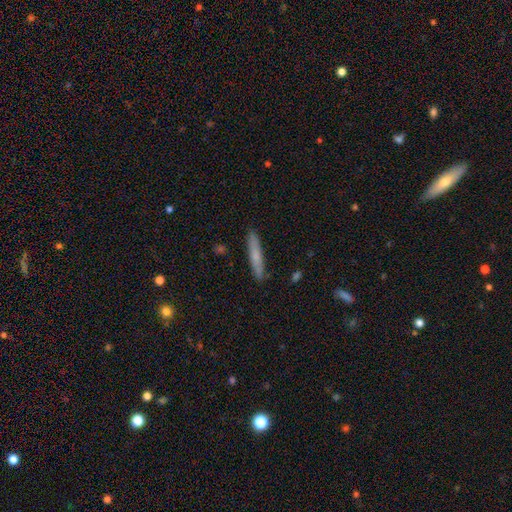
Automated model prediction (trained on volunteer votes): Smooth or featured?
  - smooth: 65% *
  - featured or disk: 29%
  - star or artifact: 6%
How rounded?
  - cigar-shaped: 94% *
  - in between: 5%
  - round: 1%
Merging?
  - none: 88% *
  - minor disturbance: 9%
  - major disturbance: 2%
  - merger: 1%